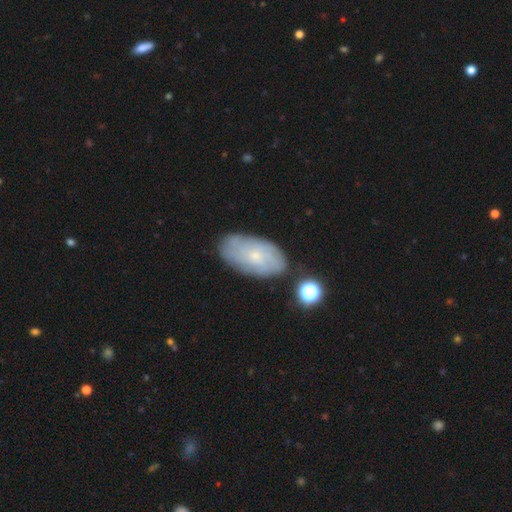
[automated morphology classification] A featured or disk galaxy (50%). Merging: none (74%).